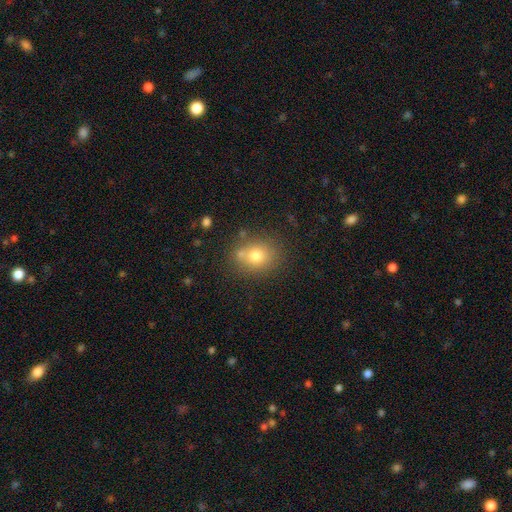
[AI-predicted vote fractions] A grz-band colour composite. It shows a smooth galaxy with no disk features (73%) that is round (63%). Merging: none (68%).